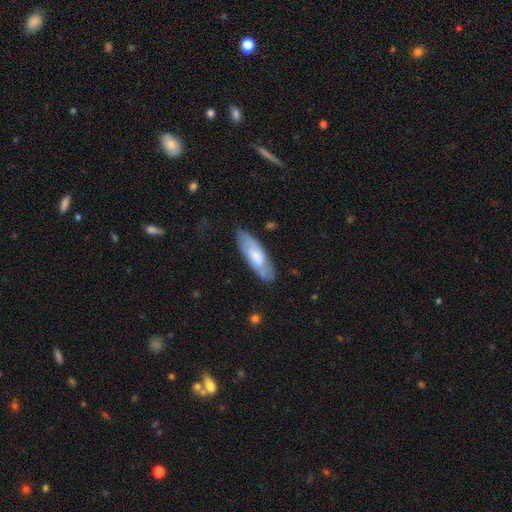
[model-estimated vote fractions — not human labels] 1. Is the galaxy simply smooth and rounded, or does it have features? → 50% smooth, 44% featured or disk, 6% star or artifact.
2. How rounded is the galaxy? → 55% in between, 43% cigar-shaped, 2% round.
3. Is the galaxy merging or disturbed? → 81% none, 15% minor disturbance, 3% major disturbance, 1% merger.